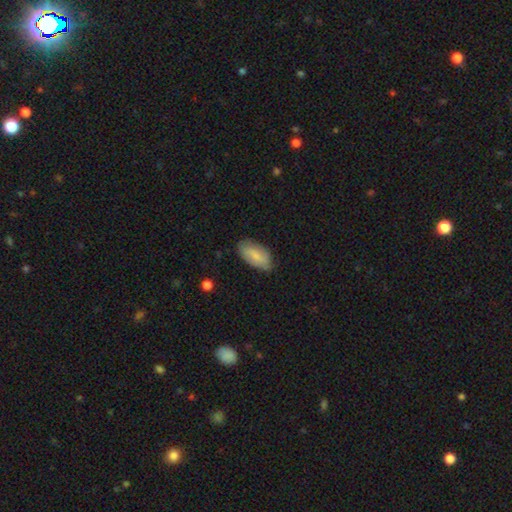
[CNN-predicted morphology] Smooth or featured? smooth (77%)
How rounded? in between (92%)
Merging? none (75%)